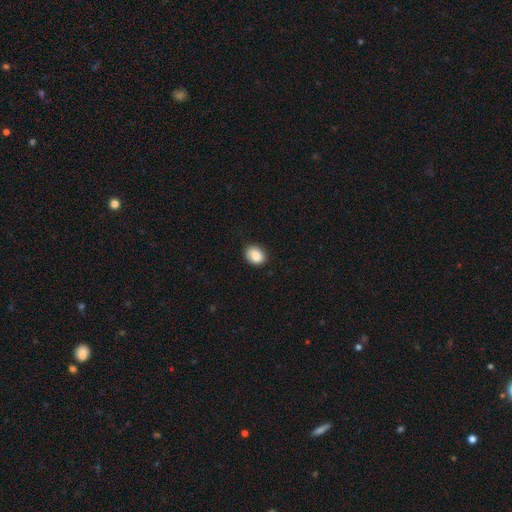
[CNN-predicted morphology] Smooth or featured? smooth (85%)
How rounded? round (51%)
Merging? none (78%)